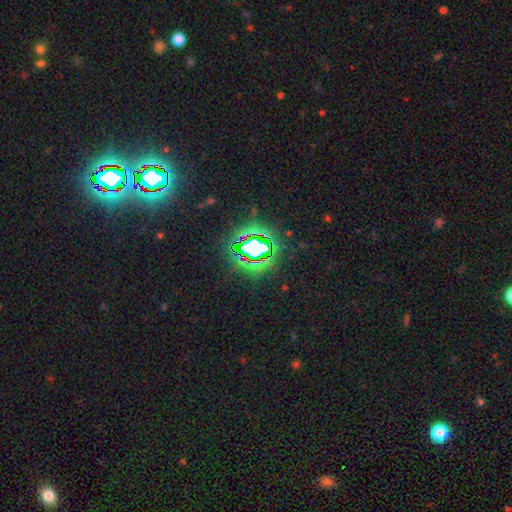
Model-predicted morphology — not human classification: Overall: star or artifact (83%).